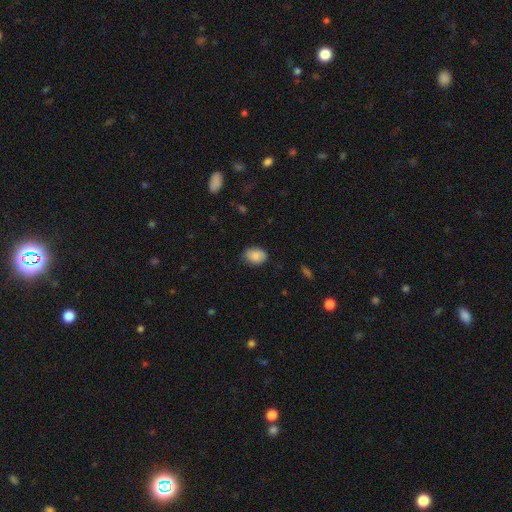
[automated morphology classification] Smooth or featured: smooth — 84% (featured or disk — 9%)
How rounded: in between — 70% (round — 29%)
Merging: none — 80% (minor disturbance — 16%)